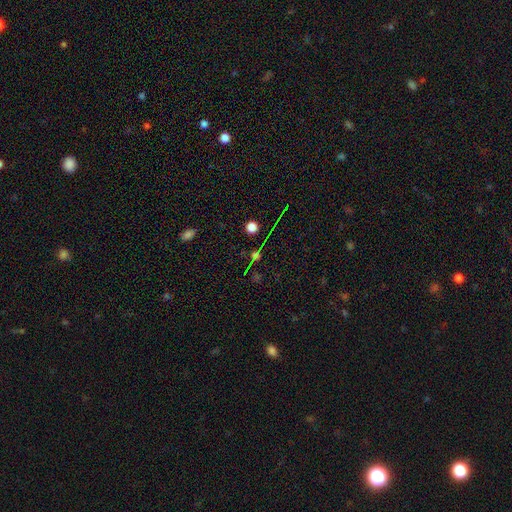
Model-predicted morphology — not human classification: This is possibly a star or artifact rather than a galaxy (53%).